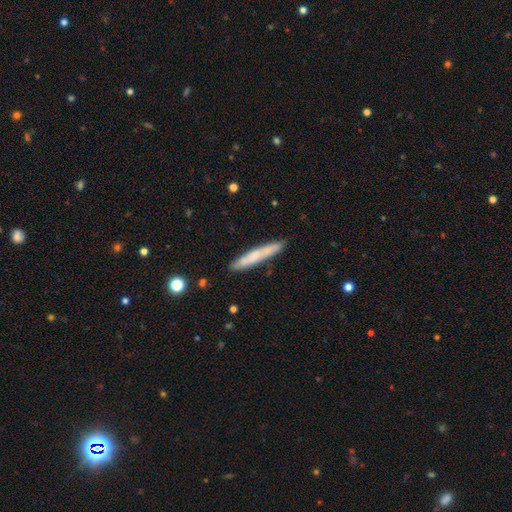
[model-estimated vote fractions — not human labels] This appears to be a smooth galaxy with no disk features (65%) that is cigar-shaped (95%). Merging: none (86%).